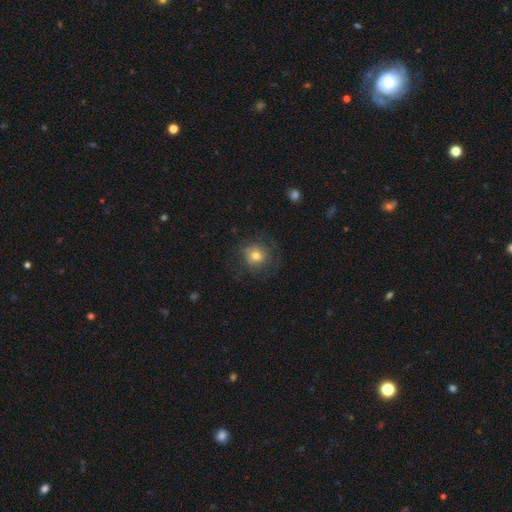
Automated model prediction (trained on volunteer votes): smooth 65%, featured or disk 22%, star or artifact 12%. Down the decision tree: how rounded — round (87%); merging — none (68%).